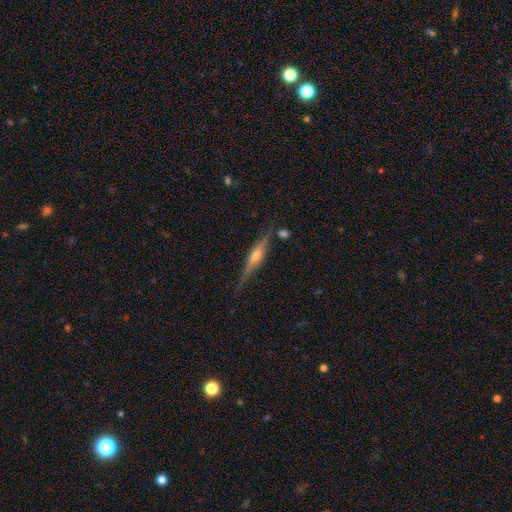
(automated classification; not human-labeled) Smooth or featured? featured or disk (71%)
Edge-on disk? yes (96%)
Edge-on bulge? rounded (78%)
Merging? none (79%)